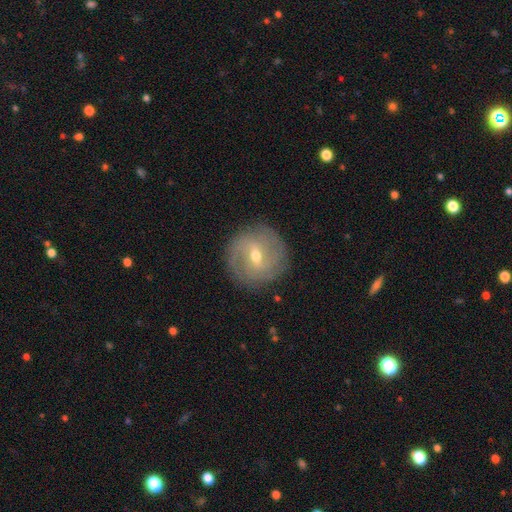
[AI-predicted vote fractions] smooth-or-featured: featured or disk: 76% | smooth: 17% | star or artifact: 7%
  disk-edge-on: no: 96% | yes: 4%
    bar: weak: 56% | strong: 23% | no: 21%
    has-spiral-arms: yes: 87% | no: 13%
      spiral-winding: tight: 51% | medium: 35% | loose: 14%
      spiral-arm-count: 2: 47% | can't tell: 27% | 3: 14% | 4: 5% | 1: 4% | more than 4: 4%
    bulge-size: moderate: 51% | small: 46% | large: 1% | none: 1% | dominant: 1%
  merging: none: 86% | minor disturbance: 10% | major disturbance: 3% | merger: 1%